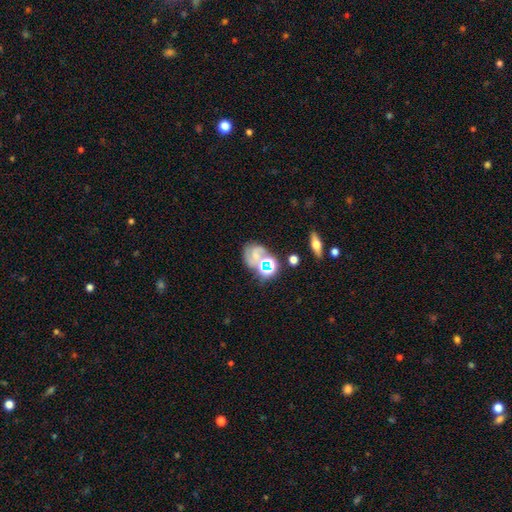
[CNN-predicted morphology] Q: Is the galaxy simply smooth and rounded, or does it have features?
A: featured or disk — 46%.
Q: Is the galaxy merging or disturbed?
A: none — 46%.